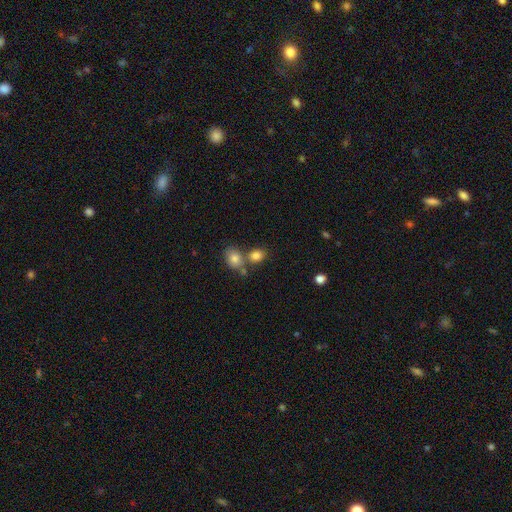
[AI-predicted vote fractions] smooth-or-featured: smooth: 82% | star or artifact: 11% | featured or disk: 8%
  how-rounded: round: 50% | in between: 49% | cigar-shaped: 1%
  merging: none: 52% | merger: 34% | minor disturbance: 11% | major disturbance: 4%